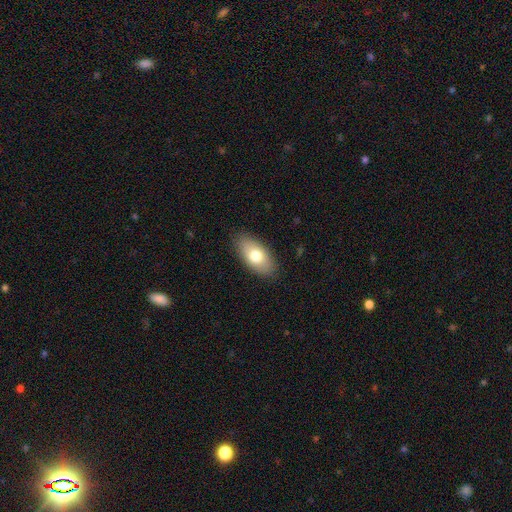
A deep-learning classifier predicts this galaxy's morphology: smooth_or_featured: smooth (p=0.73) [alt: featured or disk p=0.20]
how_rounded: in between (p=0.91) [alt: cigar-shaped p=0.05]
merging: none (p=0.85) [alt: minor disturbance p=0.11]